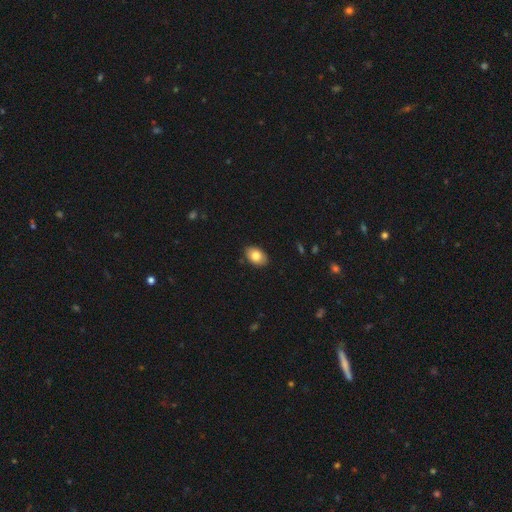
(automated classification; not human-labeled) Q: Smooth or featured?
A: smooth (82%); runner-up: featured or disk (11%)
Q: How rounded?
A: in between (86%); runner-up: round (13%)
Q: Merging?
A: none (86%); runner-up: minor disturbance (11%)